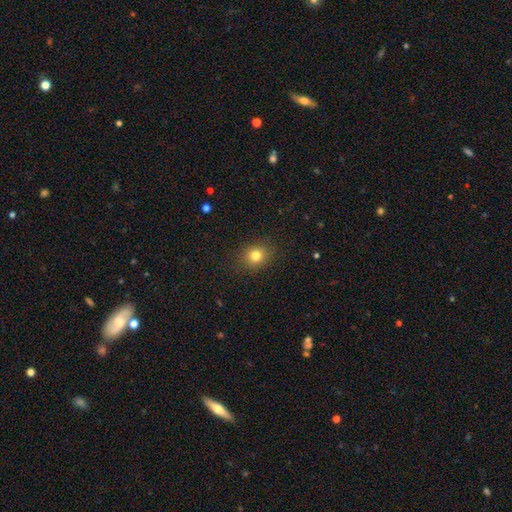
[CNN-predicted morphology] Smooth or featured?
  - smooth: 80% *
  - star or artifact: 13%
  - featured or disk: 7%
How rounded?
  - round: 69% *
  - in between: 30%
  - cigar-shaped: 1%
Merging?
  - none: 89% *
  - minor disturbance: 8%
  - major disturbance: 3%
  - merger: 1%